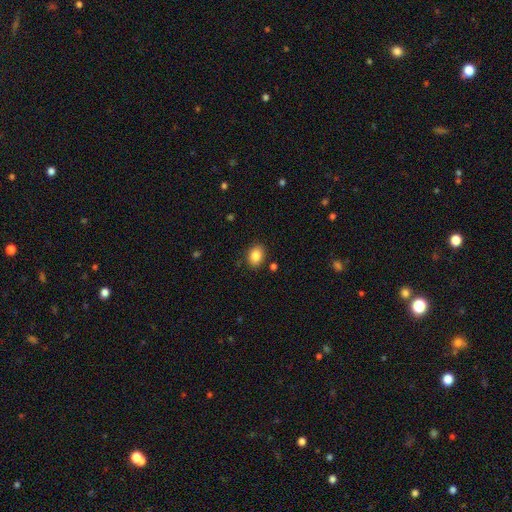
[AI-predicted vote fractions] Smooth or featured? smooth (86%)
How rounded? in between (67%)
Merging? none (85%)